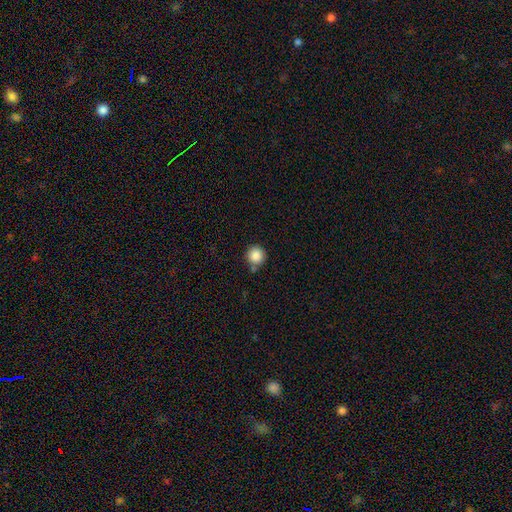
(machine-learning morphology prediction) A smooth galaxy with no disk features (87%) that is round (95%).

Vote fractions:
- Smooth or featured? smooth: 87% / star or artifact: 9% / featured or disk: 4%
- How rounded? round: 95% / in between: 4% / cigar-shaped: 1%
- Merging? none: 76% / minor disturbance: 11% / merger: 10% / major disturbance: 3%